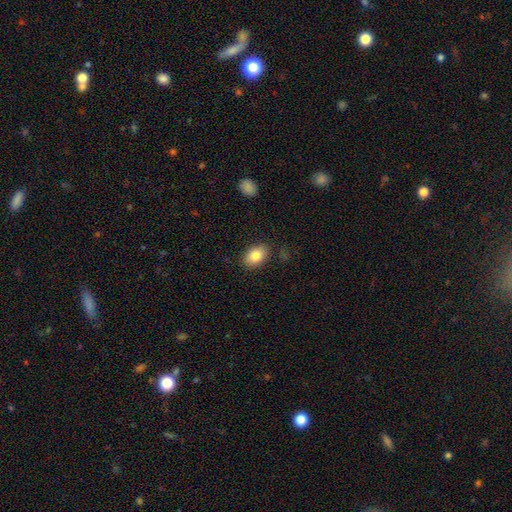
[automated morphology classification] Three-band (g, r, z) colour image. It shows a smooth galaxy with no disk features (83%) that is in between round and cigar-shaped (86%). Merging: none (85%).